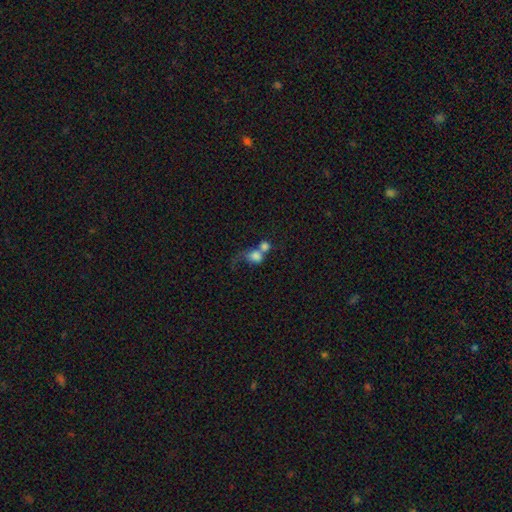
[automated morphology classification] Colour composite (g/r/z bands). It shows a smooth galaxy with no disk features (76%) that is round (59%). Merging: merger (65%).